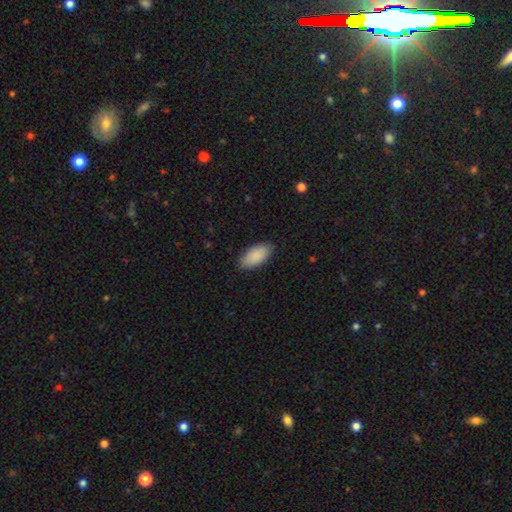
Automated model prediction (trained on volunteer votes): Smooth or featured?
  - smooth: 89% *
  - star or artifact: 6%
  - featured or disk: 5%
How rounded?
  - in between: 94% *
  - cigar-shaped: 4%
  - round: 2%
Merging?
  - none: 86% *
  - minor disturbance: 11%
  - major disturbance: 2%
  - merger: 1%